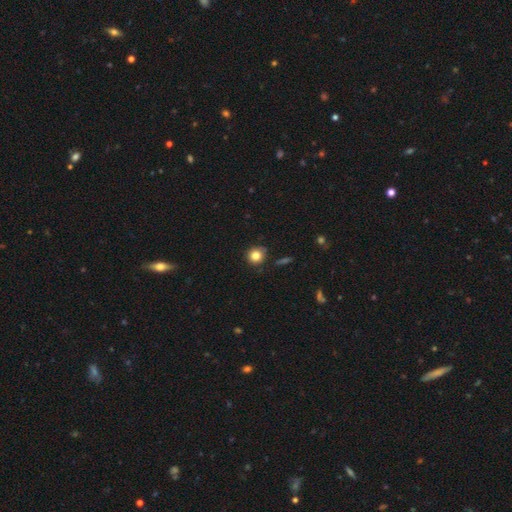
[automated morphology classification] Q: Smooth or featured?
A: smooth (82%); runner-up: star or artifact (11%)
Q: How rounded?
A: round (91%); runner-up: in between (8%)
Q: Merging?
A: none (84%); runner-up: minor disturbance (12%)